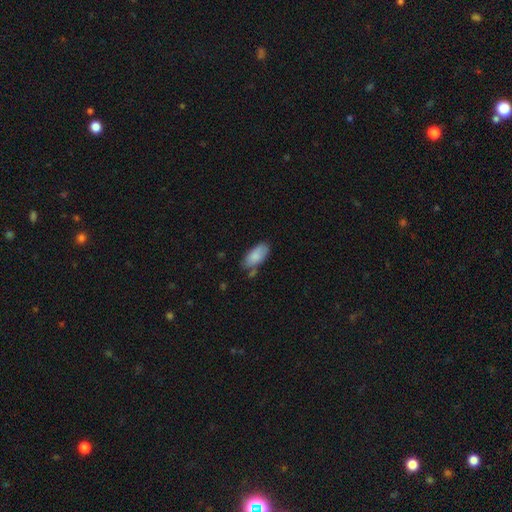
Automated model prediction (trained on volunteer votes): A smooth galaxy with no disk features (85%) that is in between round and cigar-shaped (91%). Merging: none (62%).